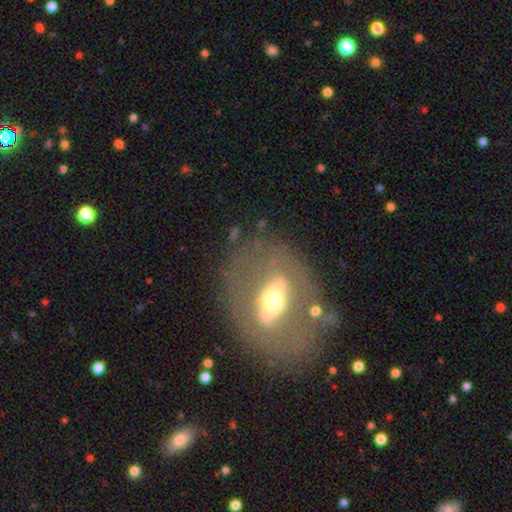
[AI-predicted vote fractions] A featured or disk galaxy (63%) with a strong bar (37%), no spiral arms (78%) and a moderate central bulge (64%). Merging: none (72%).